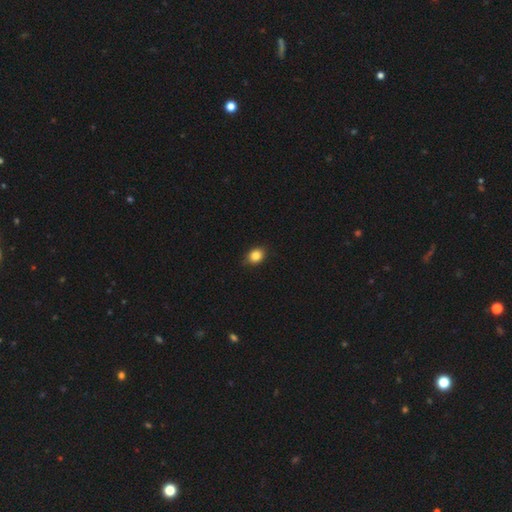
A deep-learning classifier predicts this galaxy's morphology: A smooth galaxy with no disk features (85%) that is in between round and cigar-shaped (51%). Merging: none (84%).